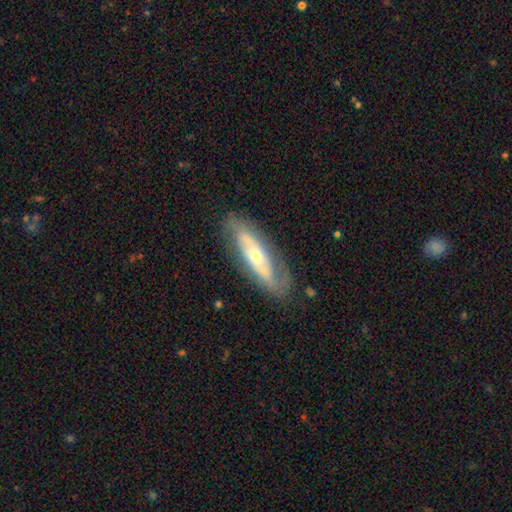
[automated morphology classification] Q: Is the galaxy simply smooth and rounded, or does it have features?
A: featured or disk — 68%.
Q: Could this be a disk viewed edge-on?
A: no — 72%.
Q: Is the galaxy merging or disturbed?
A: none — 77%.